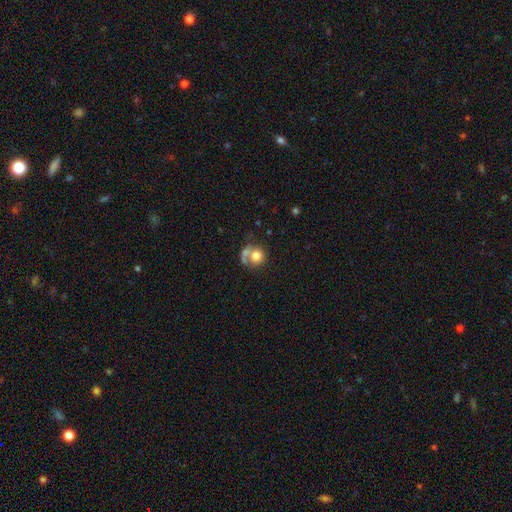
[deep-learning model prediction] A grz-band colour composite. It shows a smooth galaxy with no disk features (70%) that is round (81%). Merging: merger (38%, tied with none).